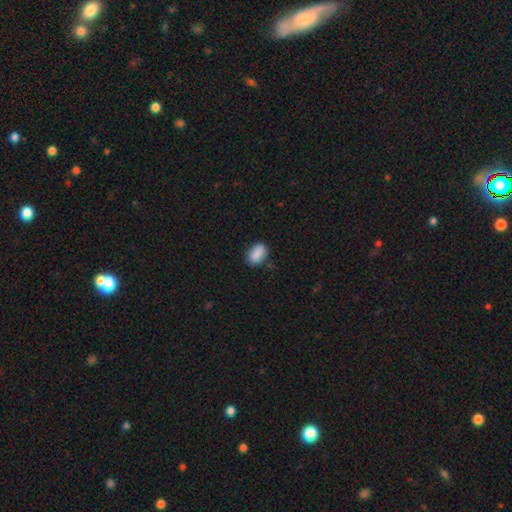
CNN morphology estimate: Overall: smooth (89%). How rounded: in between (89%). Merging: none (82%).